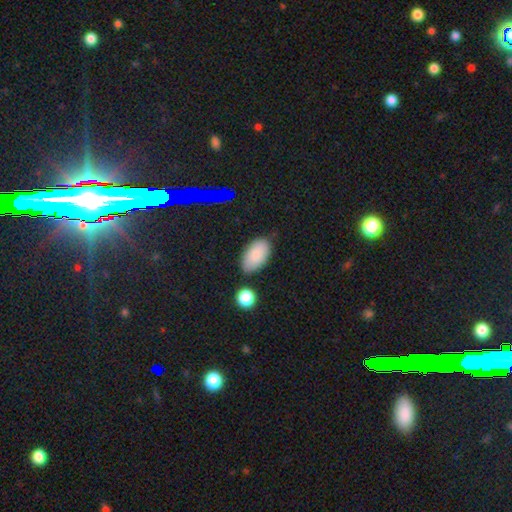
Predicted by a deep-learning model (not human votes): A smooth galaxy with no disk features (85%) that is in between round and cigar-shaped (95%). Merging: none (78%).